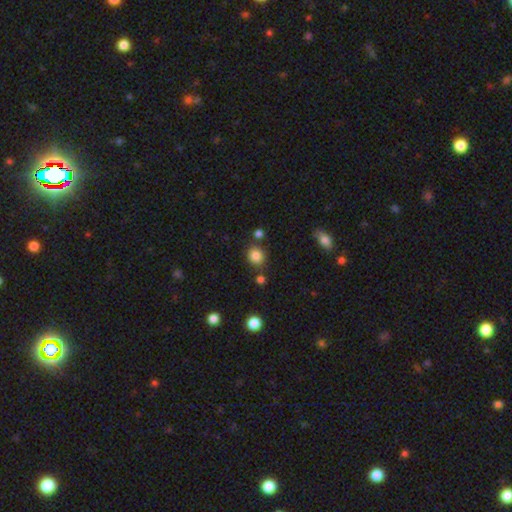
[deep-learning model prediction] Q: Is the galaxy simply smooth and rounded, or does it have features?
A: smooth — 84%.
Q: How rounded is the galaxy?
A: round — 76%.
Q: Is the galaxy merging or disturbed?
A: none — 77%.